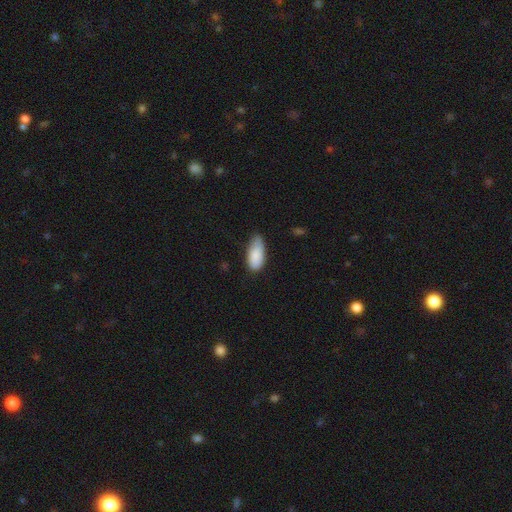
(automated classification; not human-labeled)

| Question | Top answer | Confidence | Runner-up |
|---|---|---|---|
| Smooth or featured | smooth | 85% | featured or disk (8%) |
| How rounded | in between | 90% | cigar-shaped (8%) |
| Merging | none | 53% | minor disturbance (39%) |